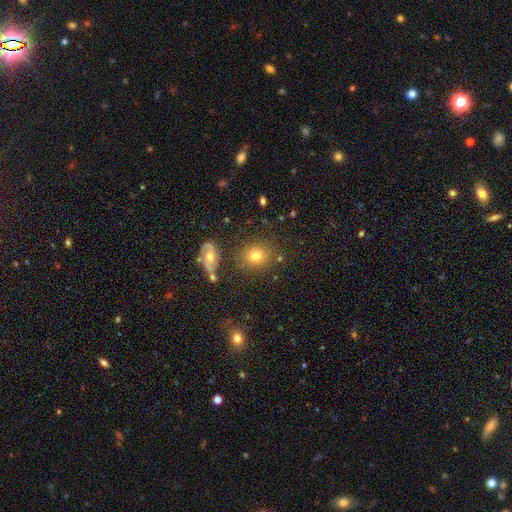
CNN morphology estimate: A smooth galaxy with no disk features (72%) that is round (71%). Merging: none (77%).